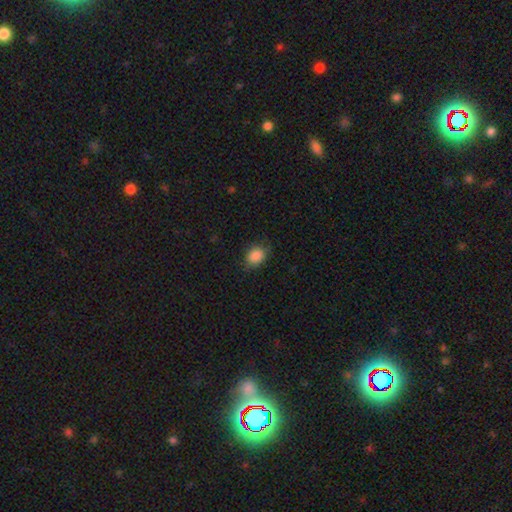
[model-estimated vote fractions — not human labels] Smooth or featured? Predicted: smooth (p=0.87). How rounded? Predicted: in between (p=0.62). Merging? Predicted: none (p=0.77).